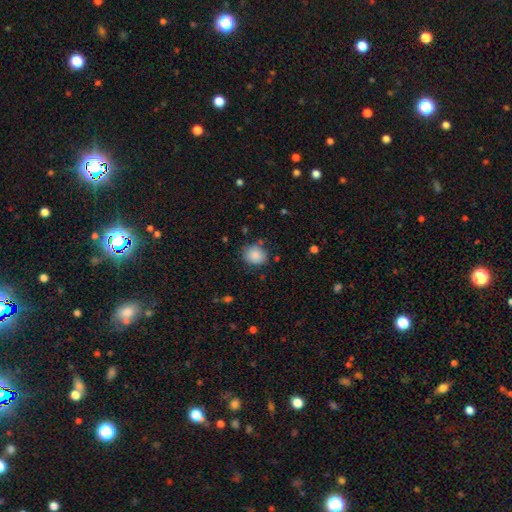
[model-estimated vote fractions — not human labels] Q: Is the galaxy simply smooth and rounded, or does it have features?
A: smooth — 87%.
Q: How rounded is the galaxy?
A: round — 60%.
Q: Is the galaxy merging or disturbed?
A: none — 75%.